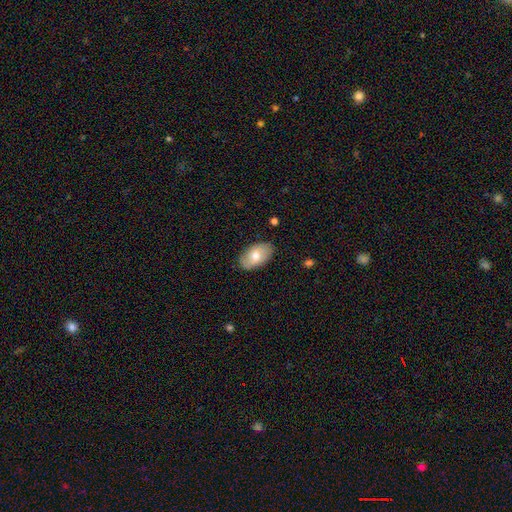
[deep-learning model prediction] Smooth or featured?
  - smooth: 70% *
  - featured or disk: 23%
  - star or artifact: 6%
How rounded?
  - in between: 93% *
  - round: 6%
  - cigar-shaped: 1%
Merging?
  - none: 84% *
  - minor disturbance: 12%
  - major disturbance: 2%
  - merger: 1%